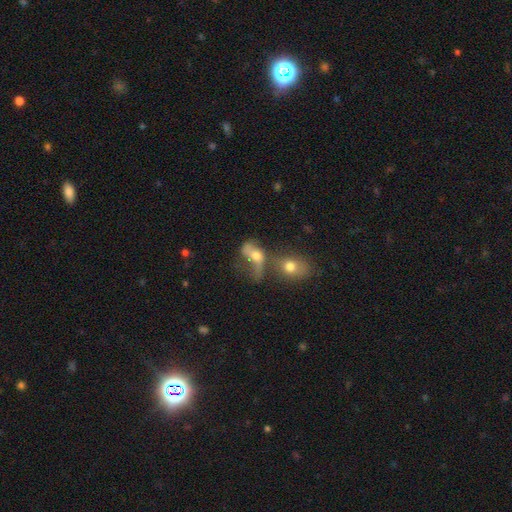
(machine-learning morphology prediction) Smooth or featured? Predicted: featured or disk (p=0.47). Merging? Predicted: merger (p=0.46).